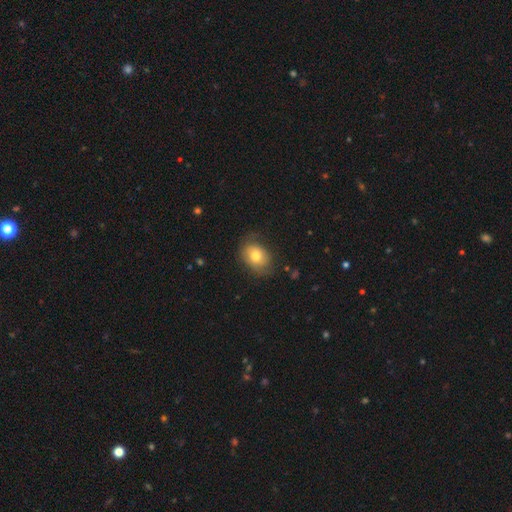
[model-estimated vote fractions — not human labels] Q: Smooth or featured?
A: smooth (76%); runner-up: featured or disk (16%)
Q: How rounded?
A: in between (61%); runner-up: round (38%)
Q: Merging?
A: none (68%); runner-up: minor disturbance (24%)